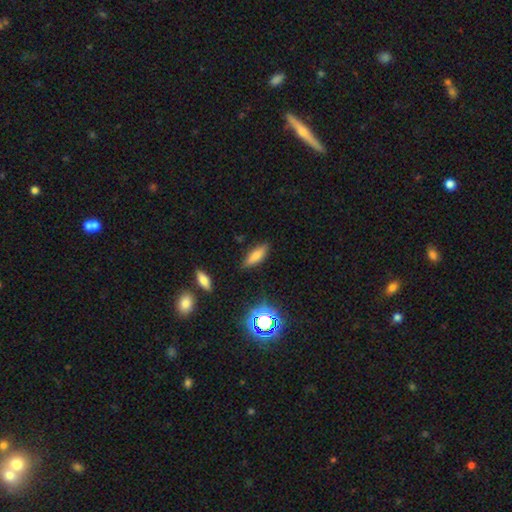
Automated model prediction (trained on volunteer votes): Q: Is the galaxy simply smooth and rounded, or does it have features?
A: smooth — 68%.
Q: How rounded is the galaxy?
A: in between — 61%.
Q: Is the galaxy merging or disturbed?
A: none — 82%.